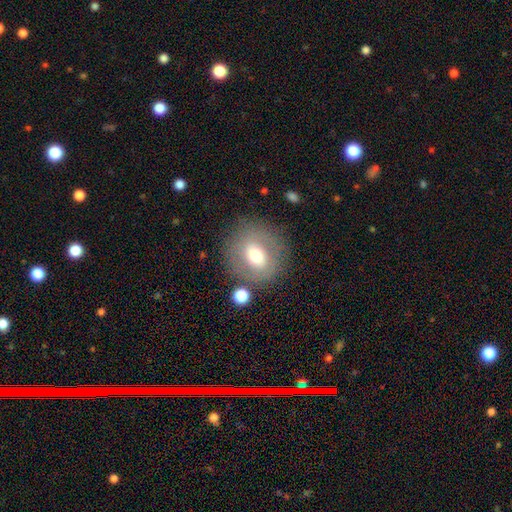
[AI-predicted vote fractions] This is possibly a smooth galaxy (59%). How rounded: likely round (74%). Merging: likely none (77%).